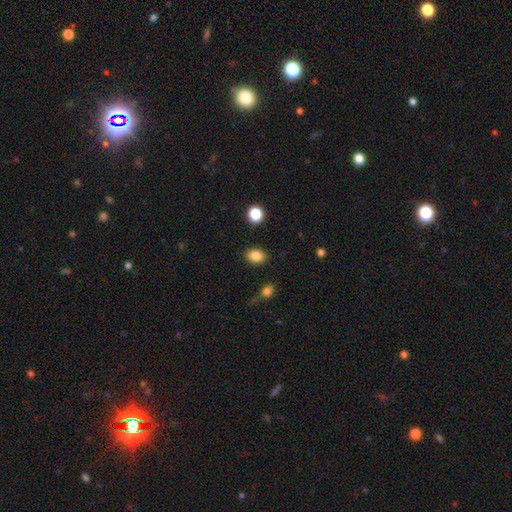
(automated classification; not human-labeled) Smooth or featured? Predicted: smooth (p=0.85). How rounded? Predicted: in between (p=0.64). Merging? Predicted: none (p=0.85).